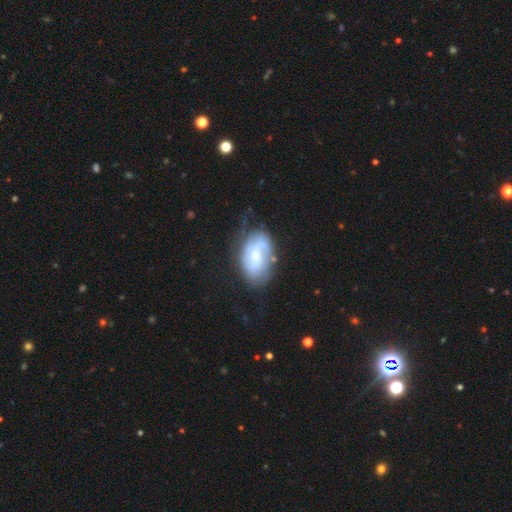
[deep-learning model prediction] This appears to be a featured or disk galaxy (74%) with no bar (51%), 2 (68%) medium (43%) spiral arms (93%) and a small central bulge (51%). Merging: none (65%).